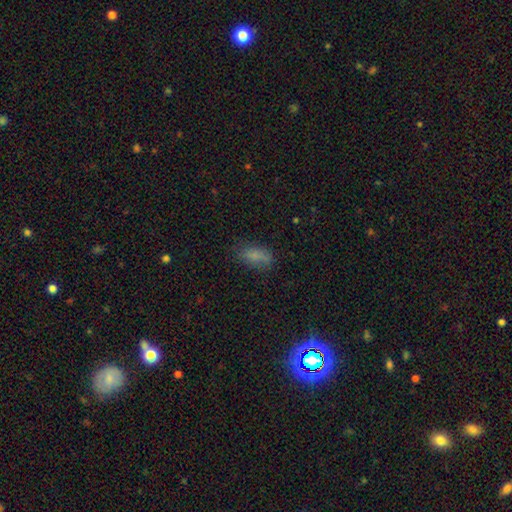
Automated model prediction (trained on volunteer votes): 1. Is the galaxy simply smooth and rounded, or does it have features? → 75% smooth, 14% star or artifact, 11% featured or disk.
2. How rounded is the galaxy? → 85% in between, 11% cigar-shaped, 4% round.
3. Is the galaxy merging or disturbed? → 63% none, 25% minor disturbance, 9% major disturbance, 3% merger.